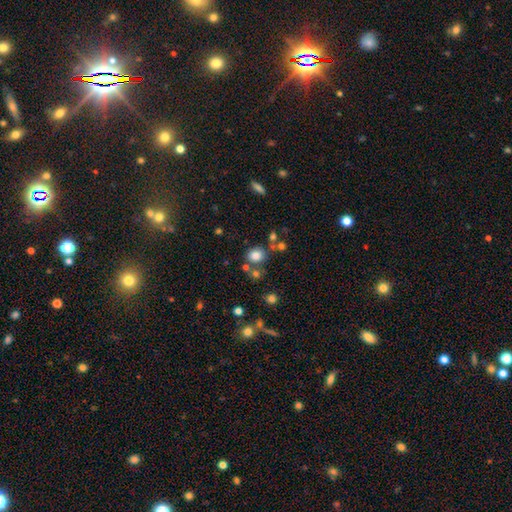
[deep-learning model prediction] Overall: smooth (79%). How rounded: round (70%). Merging: none (67%).